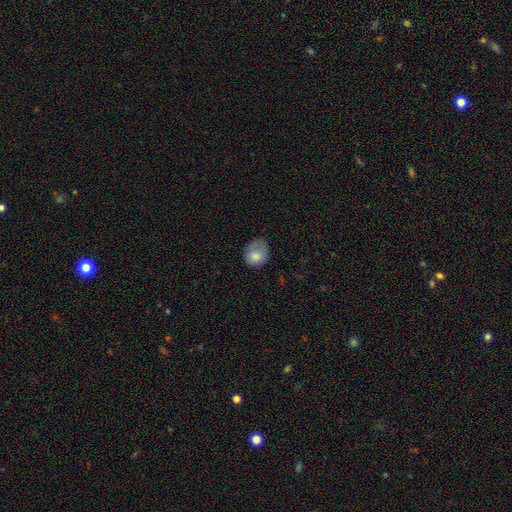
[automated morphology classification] Smooth or featured? Predicted: smooth (p=0.80). How rounded? Predicted: round (p=0.58). Merging? Predicted: none (p=0.50).